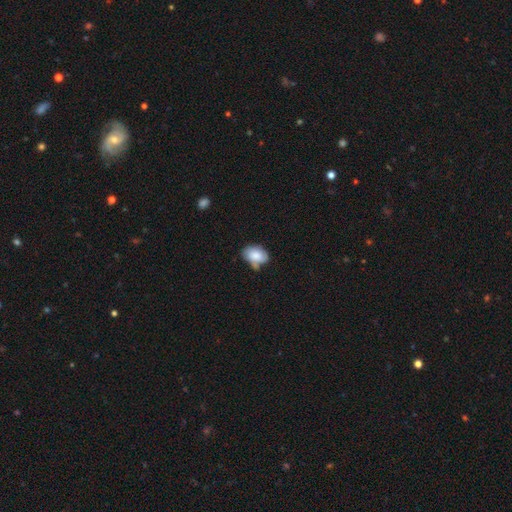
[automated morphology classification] type=smooth (78%); roundness=in between (82%); merging=none (46%).